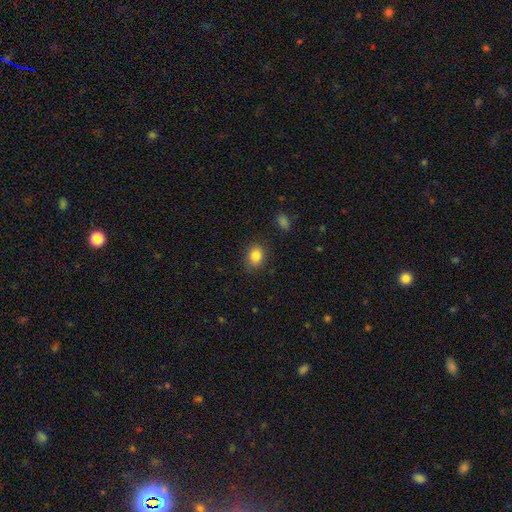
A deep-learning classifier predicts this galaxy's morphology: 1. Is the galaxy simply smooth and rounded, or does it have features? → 84% smooth, 10% star or artifact, 6% featured or disk.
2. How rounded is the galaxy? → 53% round, 46% in between, 1% cigar-shaped.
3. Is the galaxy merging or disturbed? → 86% none, 10% minor disturbance, 3% major disturbance, 1% merger.